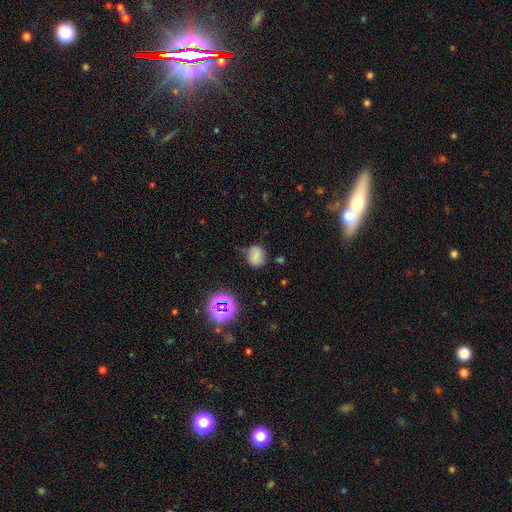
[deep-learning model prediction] A smooth galaxy with no disk features (70%) that is round (59%). Merging: none (70%).